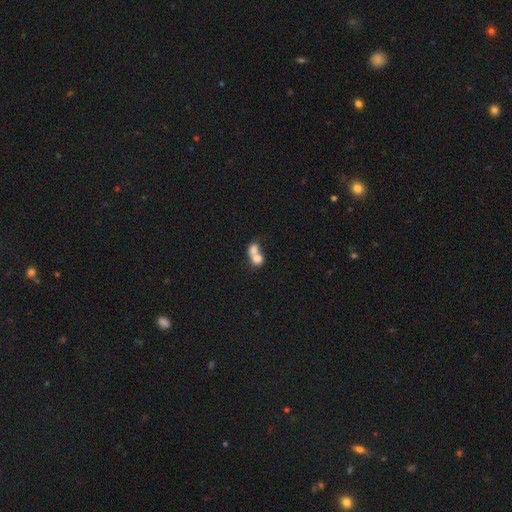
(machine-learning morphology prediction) This appears to be a smooth galaxy with no disk features (72%) that is round (60%). Merging: merger (77%).